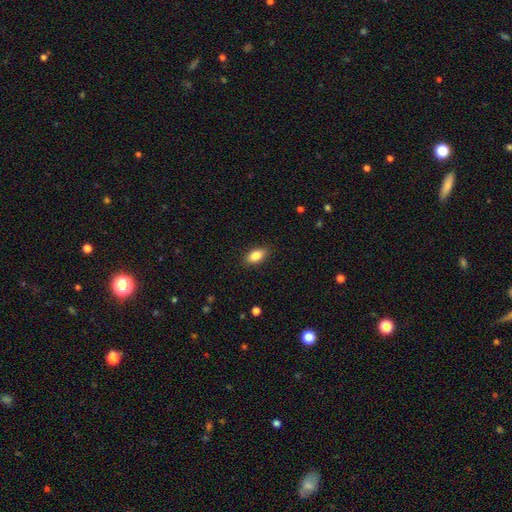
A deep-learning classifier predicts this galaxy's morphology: A smooth galaxy with no disk features (85%) that is in between round and cigar-shaped (89%).

Vote fractions:
- Smooth or featured? smooth: 85% / star or artifact: 8% / featured or disk: 8%
- How rounded? in between: 89% / cigar-shaped: 6% / round: 5%
- Merging? none: 87% / minor disturbance: 10% / major disturbance: 2% / merger: 1%